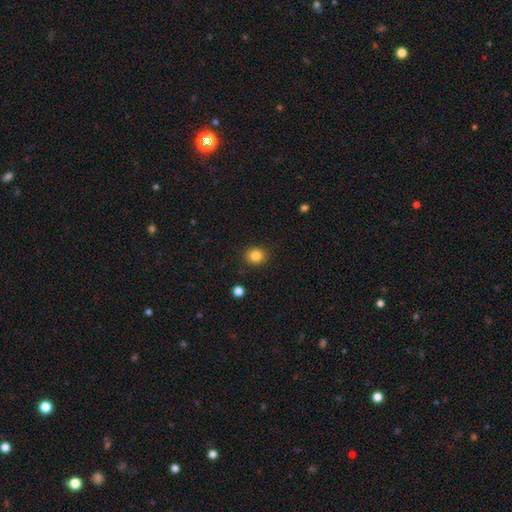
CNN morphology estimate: smooth 84%, star or artifact 11%, featured or disk 5%. Down the decision tree: how rounded — round (81%); merging — none (89%).